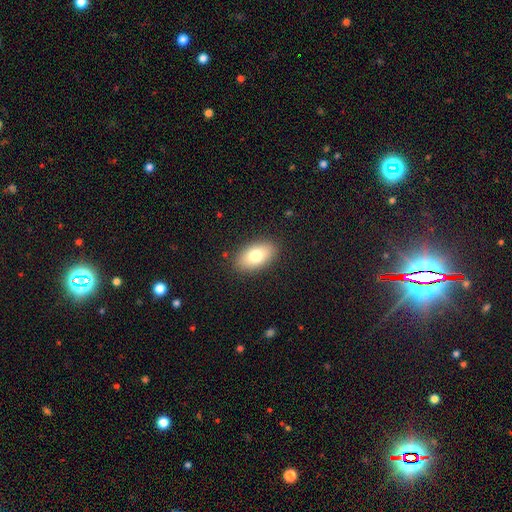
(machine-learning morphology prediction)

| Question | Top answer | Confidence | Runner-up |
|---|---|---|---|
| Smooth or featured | smooth | 75% | featured or disk (17%) |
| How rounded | in between | 91% | round (6%) |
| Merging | none | 87% | minor disturbance (9%) |